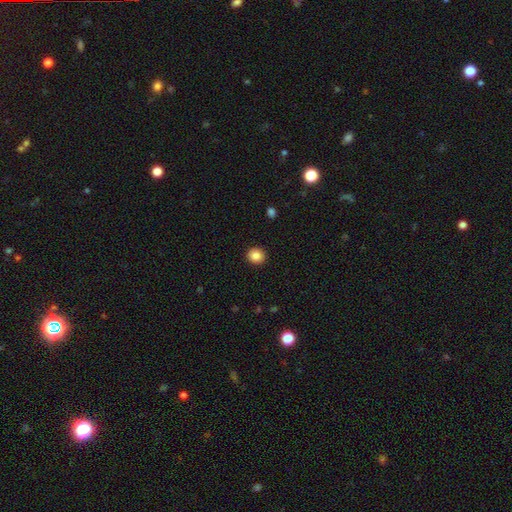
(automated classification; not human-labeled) This is clearly a smooth galaxy (86%). How rounded: clearly round (89%). Merging: clearly none (92%).